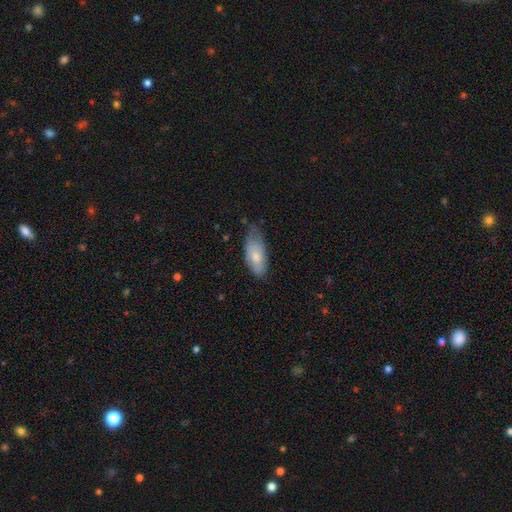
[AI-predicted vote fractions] smooth 70%, featured or disk 24%, star or artifact 6%. Down the decision tree: how rounded — in between (84%); merging — none (45%).